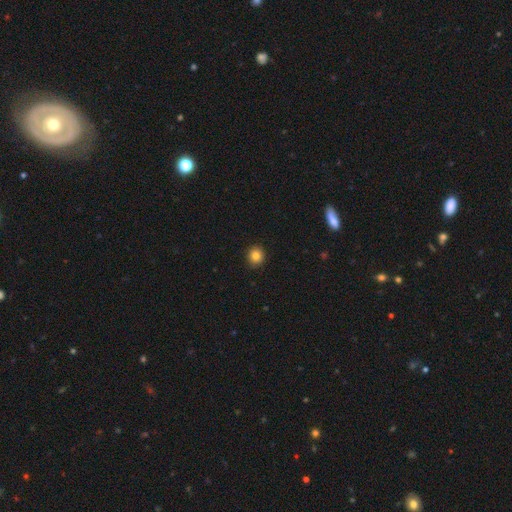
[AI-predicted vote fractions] A smooth galaxy with no disk features (83%) that is round (89%).

Vote fractions:
- Smooth or featured? smooth: 83% / star or artifact: 11% / featured or disk: 6%
- How rounded? round: 89% / in between: 10% / cigar-shaped: 1%
- Merging? none: 92% / minor disturbance: 6% / major disturbance: 2% / merger: 1%